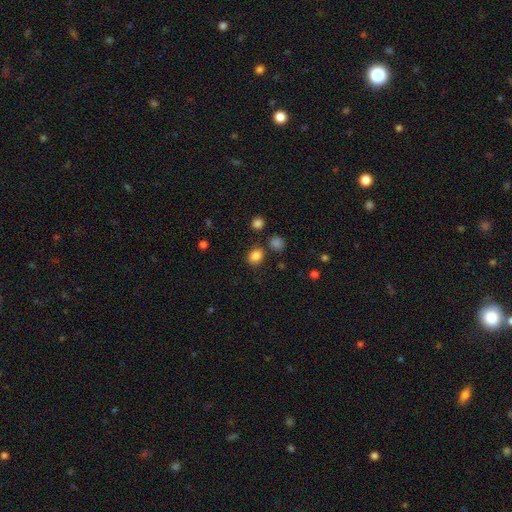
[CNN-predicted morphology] A smooth galaxy with no disk features (83%) that is in between round and cigar-shaped (51%).

Vote fractions:
- Smooth or featured? smooth: 83% / star or artifact: 12% / featured or disk: 5%
- How rounded? in between: 51% / round: 48% / cigar-shaped: 1%
- Merging? none: 77% / minor disturbance: 12% / merger: 7% / major disturbance: 4%